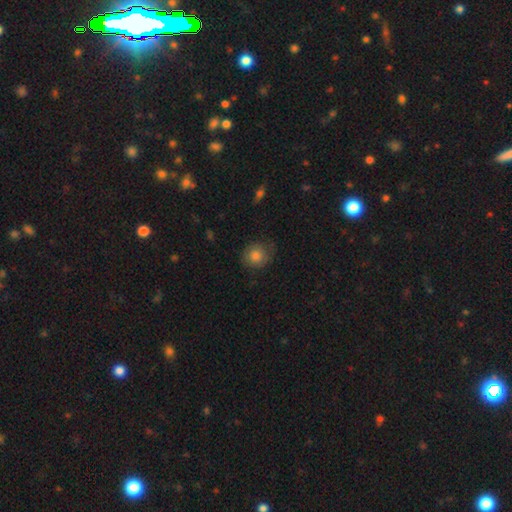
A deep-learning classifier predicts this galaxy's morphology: A smooth galaxy with no disk features (81%) that is round (82%). Merging: none (73%).